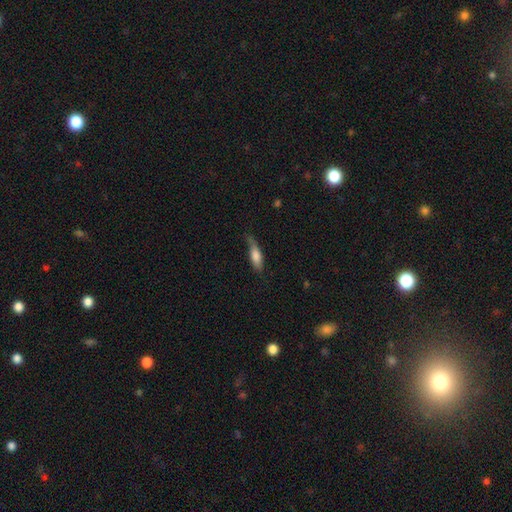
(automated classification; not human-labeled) Q: Smooth or featured?
A: smooth (74%); runner-up: featured or disk (20%)
Q: How rounded?
A: in between (51%); runner-up: cigar-shaped (47%)
Q: Merging?
A: none (50%); runner-up: minor disturbance (36%)